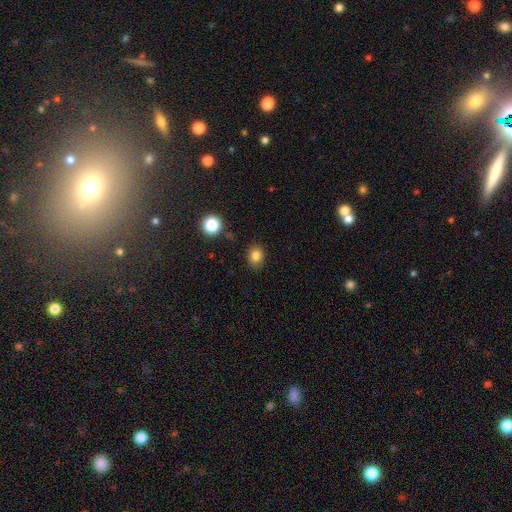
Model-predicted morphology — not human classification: This appears to be a smooth galaxy with no disk features (82%) that is in between round and cigar-shaped (53%). Merging: none (84%).